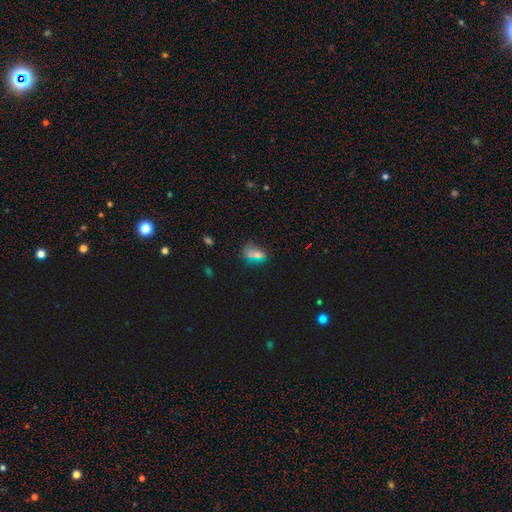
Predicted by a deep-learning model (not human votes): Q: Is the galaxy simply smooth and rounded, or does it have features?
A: smooth — 51%.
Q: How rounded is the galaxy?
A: in between — 58%.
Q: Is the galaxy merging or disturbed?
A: none — 67%.